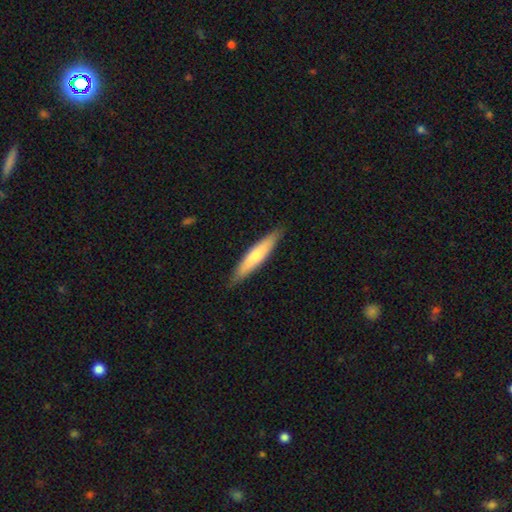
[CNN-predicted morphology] smooth-or-featured: smooth: 63% | featured or disk: 32% | star or artifact: 5%
  how-rounded: cigar-shaped: 87% | in between: 12% | round: 1%
  merging: none: 87% | minor disturbance: 10% | major disturbance: 2% | merger: 1%